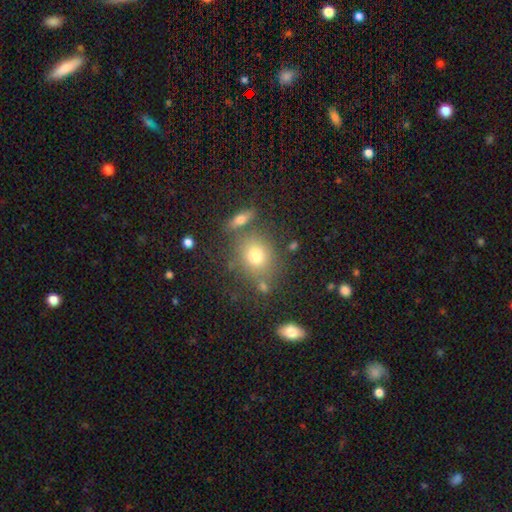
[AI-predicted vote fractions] Smooth or featured? smooth (73%)
How rounded? round (72%)
Merging? none (71%)